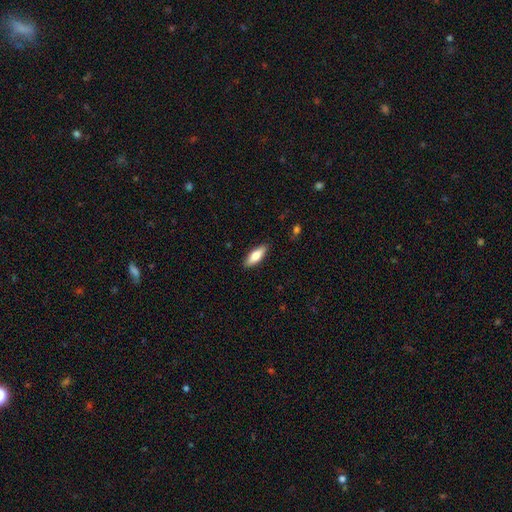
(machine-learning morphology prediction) smooth-or-featured: smooth: 74% | featured or disk: 21% | star or artifact: 6%
  how-rounded: in between: 66% | cigar-shaped: 32% | round: 2%
  merging: none: 88% | minor disturbance: 9% | major disturbance: 2% | merger: 1%